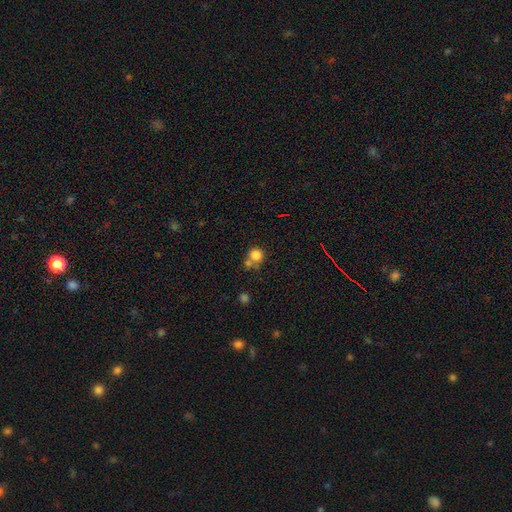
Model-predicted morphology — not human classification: Smooth or featured: smooth — 80% (star or artifact — 12%)
How rounded: round — 84% (in between — 15%)
Merging: none — 50% (merger — 32%)